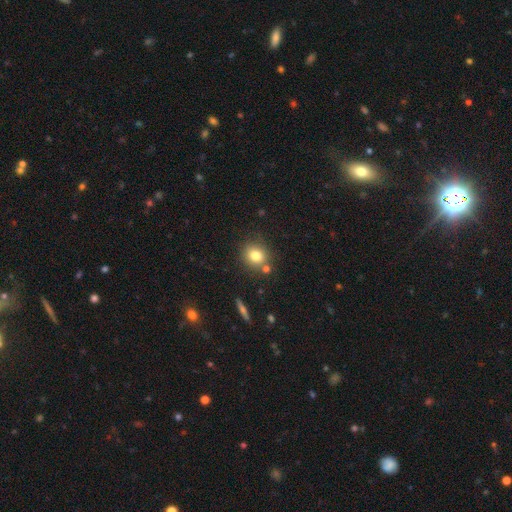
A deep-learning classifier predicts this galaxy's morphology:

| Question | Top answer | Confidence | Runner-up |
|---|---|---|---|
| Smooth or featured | smooth | 79% | star or artifact (11%) |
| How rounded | round | 77% | in between (22%) |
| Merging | none | 75% | merger (11%) |